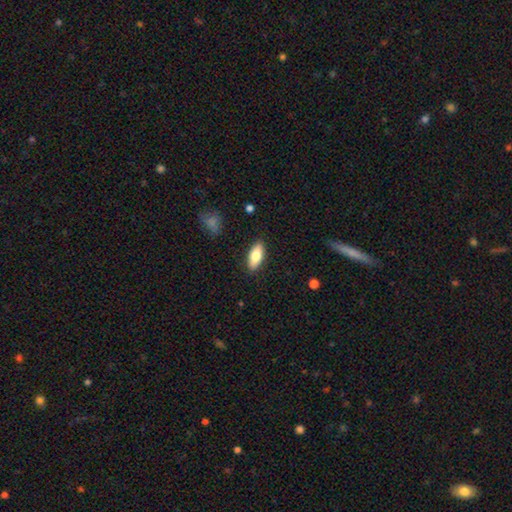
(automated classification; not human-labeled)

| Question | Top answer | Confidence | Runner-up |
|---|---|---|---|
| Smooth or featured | smooth | 77% | featured or disk (17%) |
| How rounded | in between | 83% | cigar-shaped (14%) |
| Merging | none | 88% | minor disturbance (9%) |